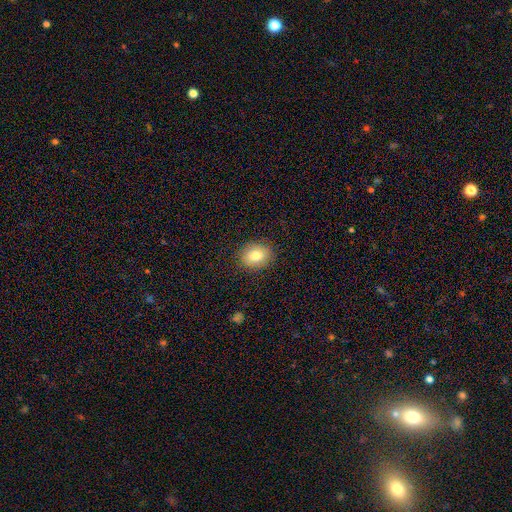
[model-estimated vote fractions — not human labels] smooth-or-featured: smooth: 79% | featured or disk: 12% | star or artifact: 9%
  how-rounded: round: 52% | in between: 47% | cigar-shaped: 1%
  merging: none: 87% | minor disturbance: 9% | major disturbance: 3% | merger: 1%